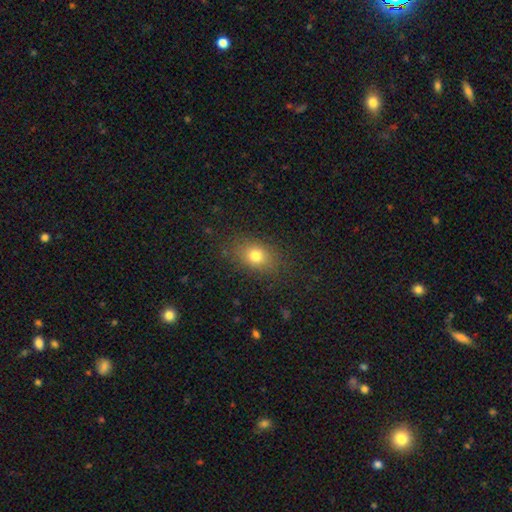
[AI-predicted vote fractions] Smooth or featured?
  - smooth: 77% *
  - star or artifact: 13%
  - featured or disk: 10%
How rounded?
  - in between: 67% *
  - round: 31%
  - cigar-shaped: 2%
Merging?
  - none: 83% *
  - minor disturbance: 11%
  - major disturbance: 5%
  - merger: 1%